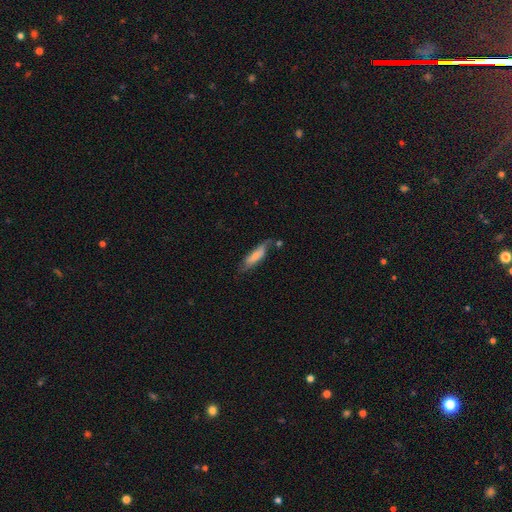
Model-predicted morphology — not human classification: Smooth or featured? smooth (69%)
How rounded? cigar-shaped (63%)
Merging? none (53%)